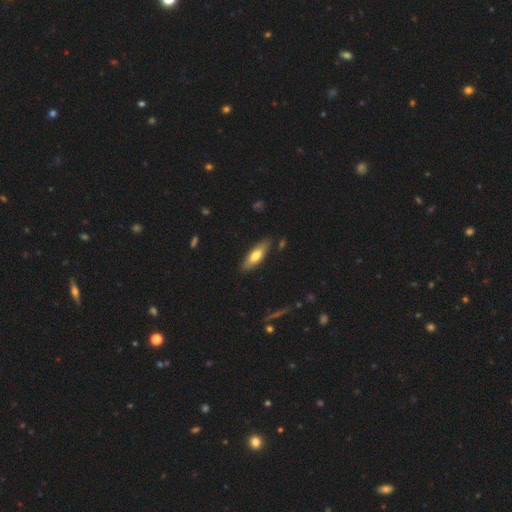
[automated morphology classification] smooth-or-featured: smooth: 65% | featured or disk: 29% | star or artifact: 6%
  how-rounded: in between: 53% | cigar-shaped: 45% | round: 2%
  merging: none: 84% | minor disturbance: 12% | major disturbance: 2% | merger: 2%